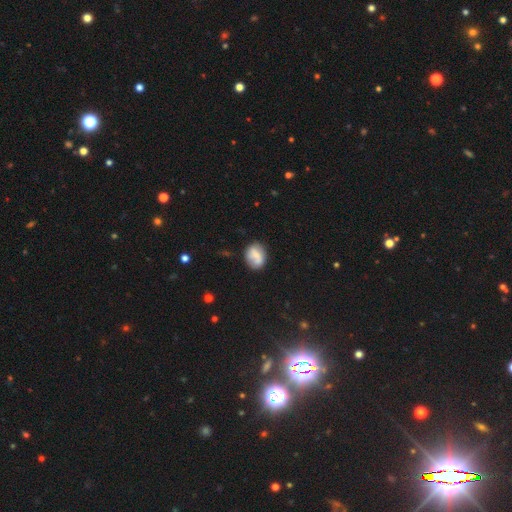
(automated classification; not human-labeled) Overall: smooth (65%; featured or disk 27%). How rounded: in between (54%; round 45%). Merging: none (62%).